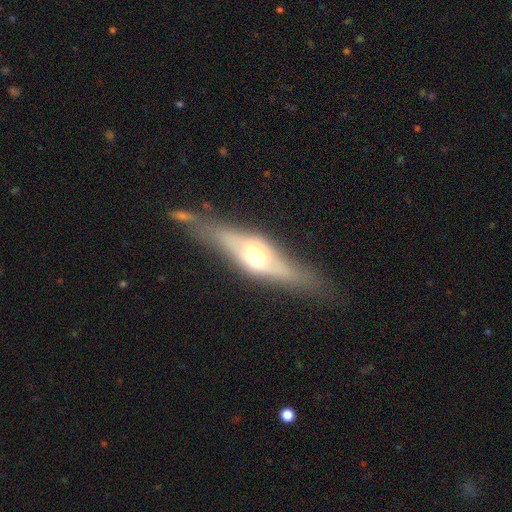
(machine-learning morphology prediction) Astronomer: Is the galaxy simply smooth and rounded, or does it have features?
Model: featured or disk — 67%.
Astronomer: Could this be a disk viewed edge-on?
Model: yes — 84%.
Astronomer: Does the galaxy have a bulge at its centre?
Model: rounded — 83%.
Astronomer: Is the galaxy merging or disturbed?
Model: none — 73%.